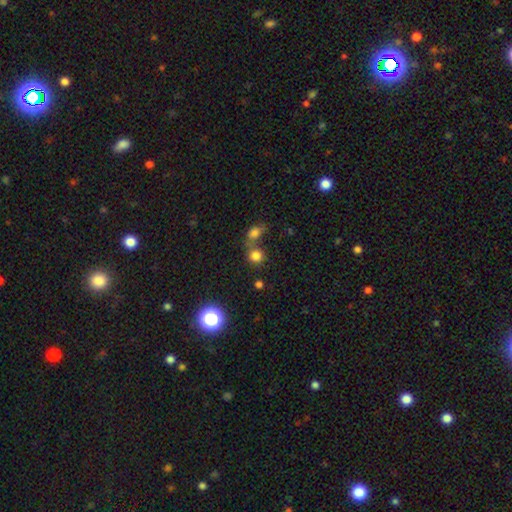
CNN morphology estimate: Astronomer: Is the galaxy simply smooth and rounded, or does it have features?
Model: smooth — 78%.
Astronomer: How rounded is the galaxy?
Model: round — 82%.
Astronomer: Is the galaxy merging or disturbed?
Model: none — 54% (runner-up: merger, 32%).